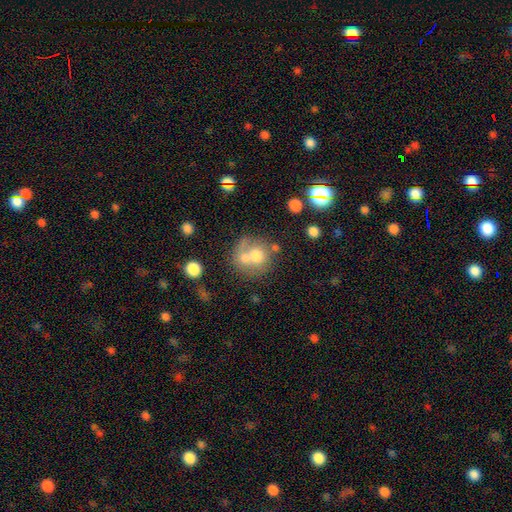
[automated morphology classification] This appears to be a smooth galaxy with no disk features (63%) that is round (79%). Merging: merger (47%).